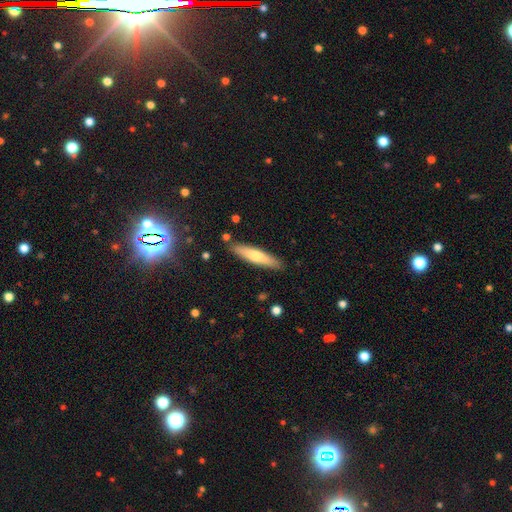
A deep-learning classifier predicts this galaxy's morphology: smooth-or-featured: smooth: 64% | featured or disk: 30% | star or artifact: 5%
  how-rounded: cigar-shaped: 85% | in between: 14% | round: 1%
  merging: none: 87% | minor disturbance: 9% | merger: 2% | major disturbance: 2%